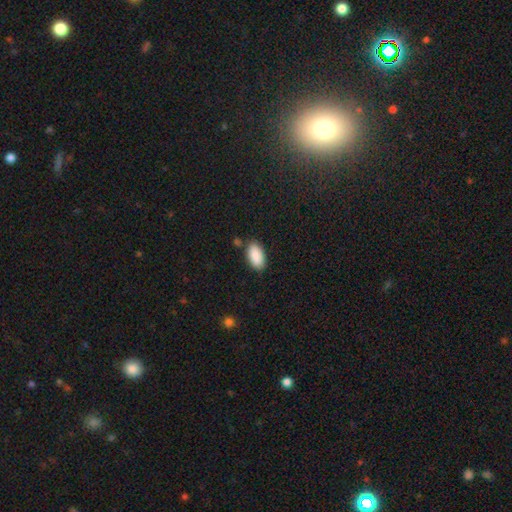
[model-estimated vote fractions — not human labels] Overall: smooth (90%). How rounded: in between (94%). Merging: none (80%).